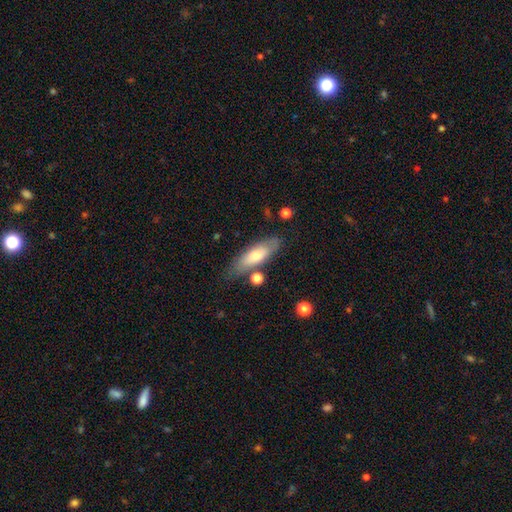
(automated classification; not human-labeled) Q: Smooth or featured?
A: smooth (61%); runner-up: featured or disk (33%)
Q: How rounded?
A: in between (56%); runner-up: cigar-shaped (41%)
Q: Merging?
A: none (73%); runner-up: minor disturbance (17%)